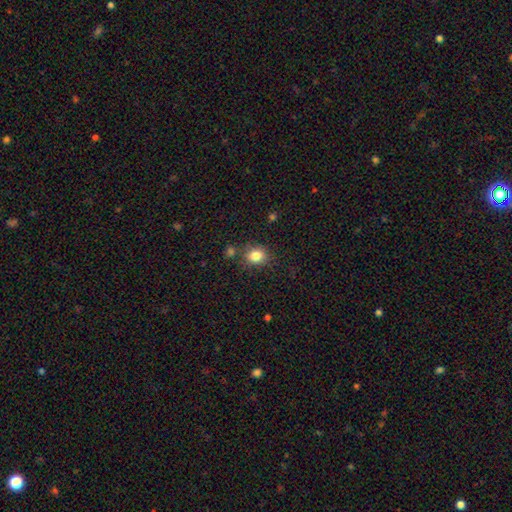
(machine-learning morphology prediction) smooth_or_featured: smooth (p=0.83) [alt: star or artifact p=0.11]
how_rounded: round (p=0.66) [alt: in between p=0.34]
merging: none (p=0.75) [alt: minor disturbance p=0.13]